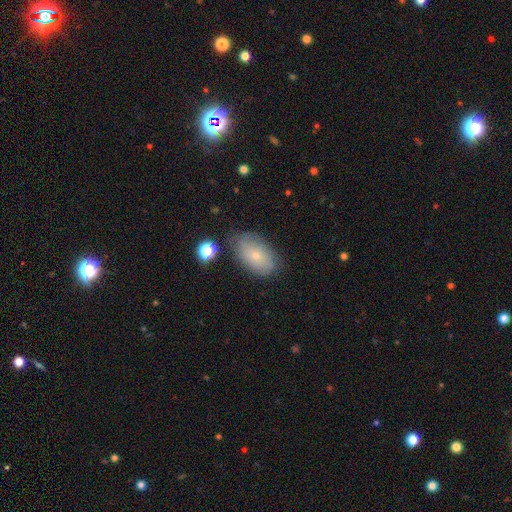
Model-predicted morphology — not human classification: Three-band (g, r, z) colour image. It shows a smooth galaxy with no disk features (65%) that is in between round and cigar-shaped (90%). Merging: none (70%).